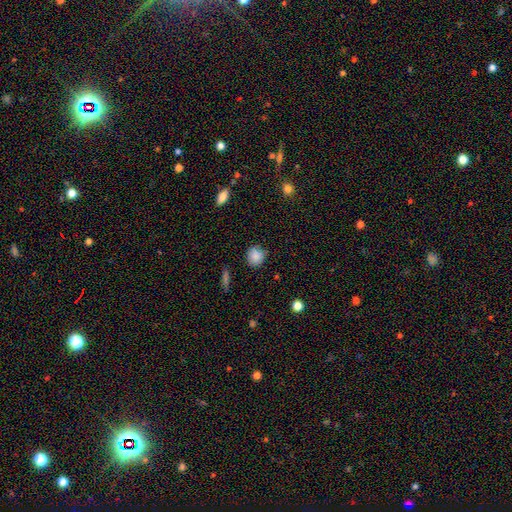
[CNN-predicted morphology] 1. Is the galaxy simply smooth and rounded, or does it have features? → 86% smooth, 9% star or artifact, 5% featured or disk.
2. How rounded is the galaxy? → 83% round, 16% in between, 1% cigar-shaped.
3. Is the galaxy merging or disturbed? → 78% none, 17% minor disturbance, 3% major disturbance, 2% merger.